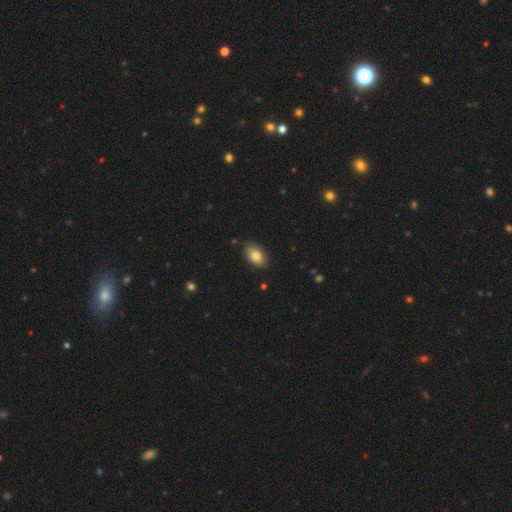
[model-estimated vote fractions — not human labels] Q: Smooth or featured?
A: smooth (83%); runner-up: featured or disk (10%)
Q: How rounded?
A: in between (91%); runner-up: round (7%)
Q: Merging?
A: none (84%); runner-up: minor disturbance (12%)